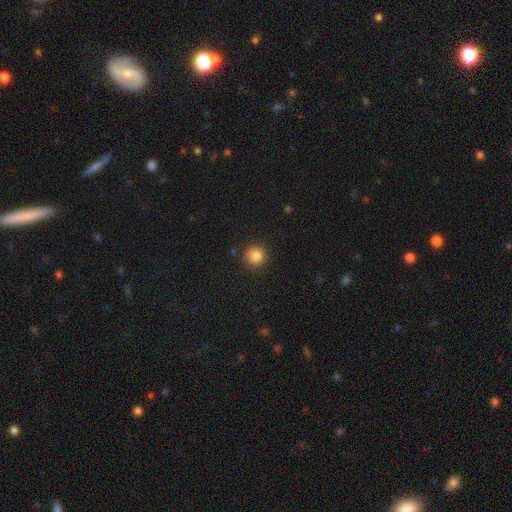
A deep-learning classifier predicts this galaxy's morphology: smooth-or-featured: smooth: 84% | star or artifact: 11% | featured or disk: 4%
  how-rounded: round: 94% | in between: 5% | cigar-shaped: 1%
  merging: none: 89% | minor disturbance: 7% | major disturbance: 2% | merger: 1%